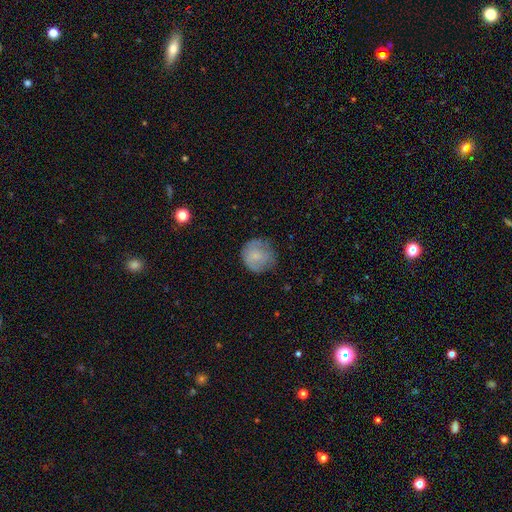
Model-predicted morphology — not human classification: Smooth or featured: smooth — 73% (featured or disk — 19%)
How rounded: round — 89% (in between — 10%)
Merging: none — 66% (minor disturbance — 24%)